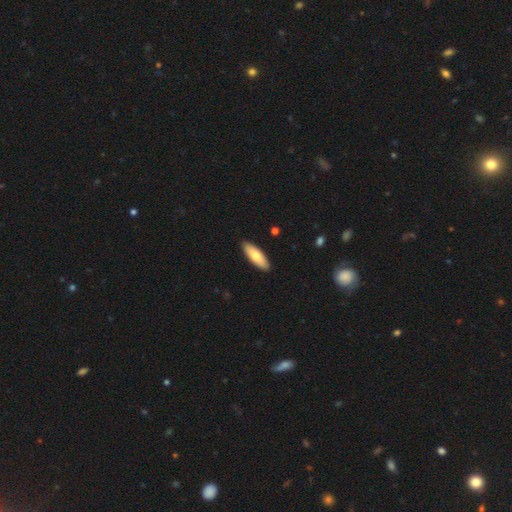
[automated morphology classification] Overall: smooth (75%). How rounded: in between (61%; cigar-shaped 38%). Merging: none (90%).